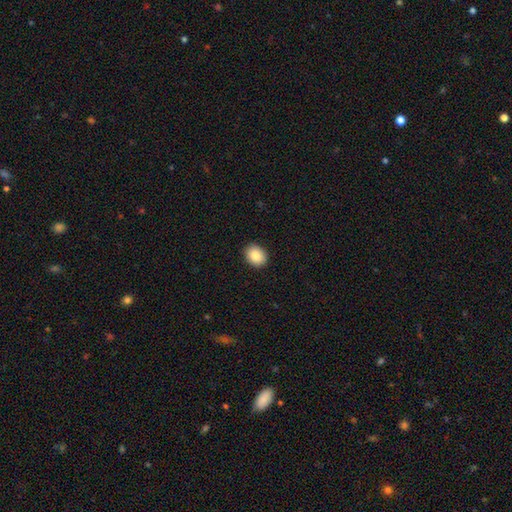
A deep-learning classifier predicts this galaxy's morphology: smooth_or_featured: smooth (p=0.87) [alt: star or artifact p=0.08]
how_rounded: in between (p=0.51) [alt: round p=0.48]
merging: none (p=0.90) [alt: minor disturbance p=0.07]